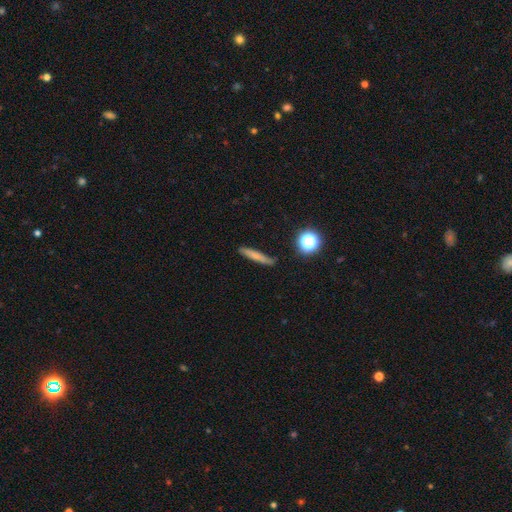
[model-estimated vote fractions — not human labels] This appears to be a smooth galaxy with no disk features (67%) that is cigar-shaped (88%). Merging: none (81%).